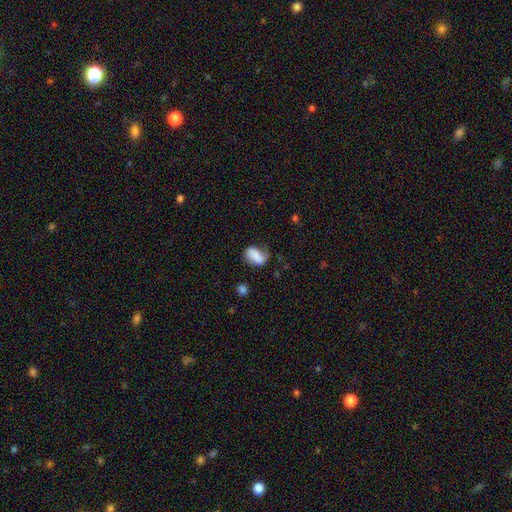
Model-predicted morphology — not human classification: Q: Smooth or featured?
A: smooth (71%); runner-up: featured or disk (20%)
Q: How rounded?
A: in between (84%); runner-up: round (13%)
Q: Merging?
A: none (46%); runner-up: minor disturbance (31%)